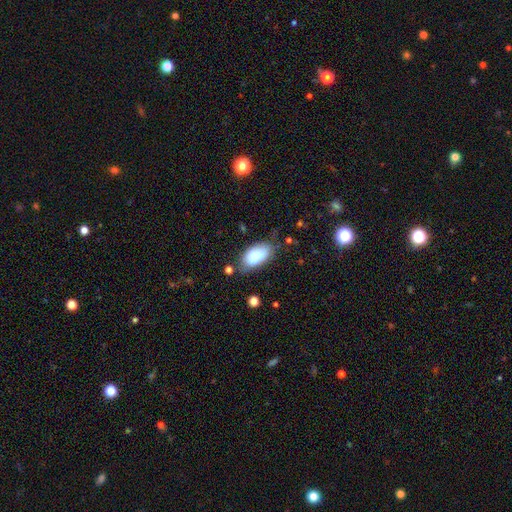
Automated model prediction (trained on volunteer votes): Smooth or featured: smooth — 84% (featured or disk — 9%)
How rounded: in between — 94% (round — 3%)
Merging: none — 63% (minor disturbance — 26%)